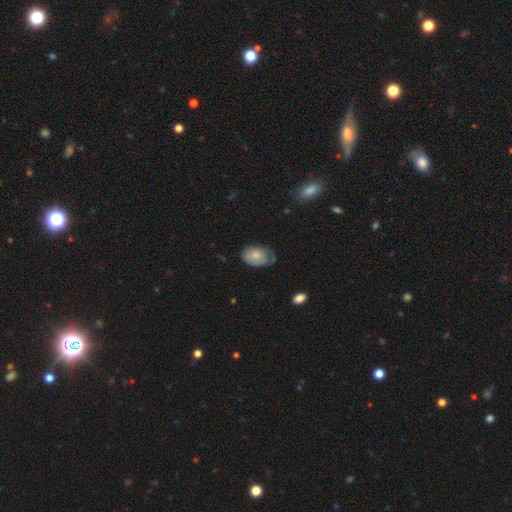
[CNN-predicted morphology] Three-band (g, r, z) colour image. It shows a smooth galaxy with no disk features (67%) that is in between round and cigar-shaped (87%). Merging: none (46%).